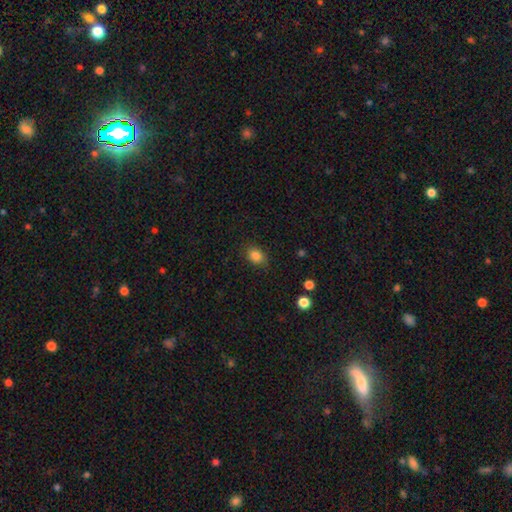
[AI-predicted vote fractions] Q: Smooth or featured?
A: smooth (84%); runner-up: star or artifact (10%)
Q: How rounded?
A: in between (64%); runner-up: round (35%)
Q: Merging?
A: none (81%); runner-up: minor disturbance (14%)